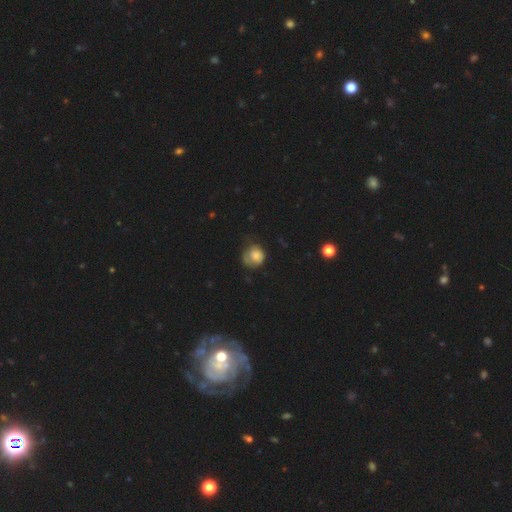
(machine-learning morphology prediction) Overall: smooth (73%). How rounded: round (80%). Merging: none (44%; minor disturbance 33%).